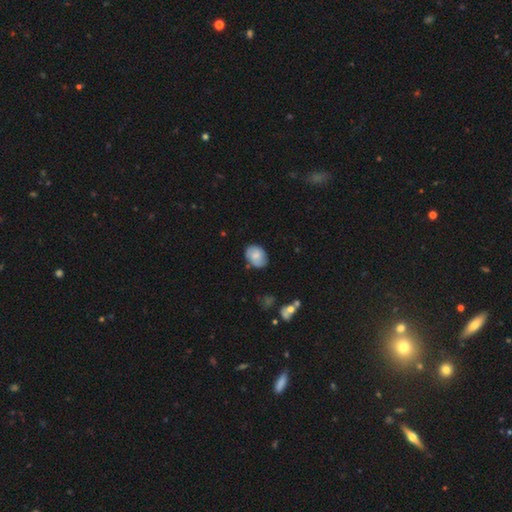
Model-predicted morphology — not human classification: A smooth galaxy with no disk features (72%) that is in between round and cigar-shaped (72%). Merging: none (74%).